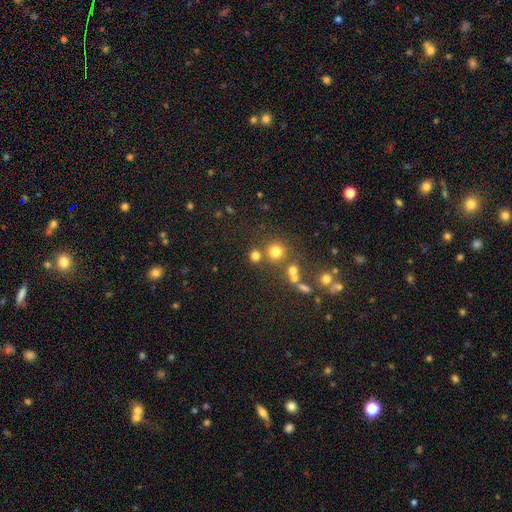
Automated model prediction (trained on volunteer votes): This appears to be a smooth galaxy with no disk features (74%) that is round (89%). Merging: none (70%).